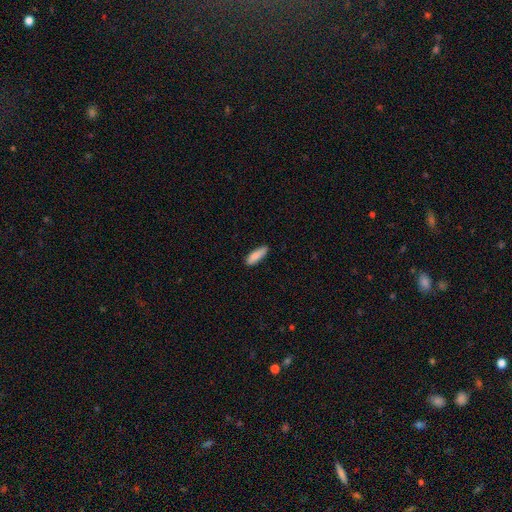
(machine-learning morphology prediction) A smooth galaxy with no disk features (88%) that is cigar-shaped (54%).

Vote fractions:
- Smooth or featured? smooth: 88% / featured or disk: 6% / star or artifact: 6%
- How rounded? cigar-shaped: 54% / in between: 45% / round: 2%
- Merging? none: 86% / minor disturbance: 11% / major disturbance: 2% / merger: 1%